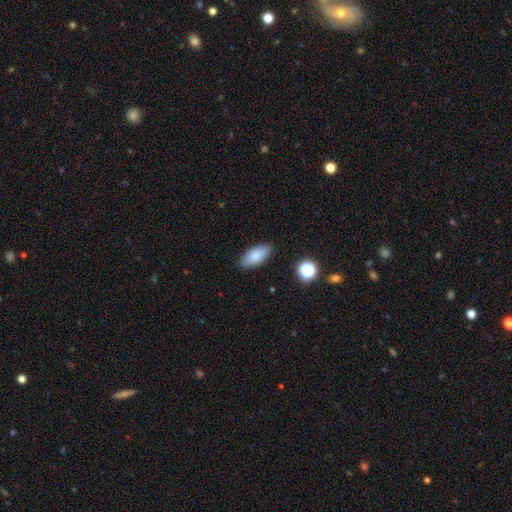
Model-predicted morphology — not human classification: smooth-or-featured: smooth: 82% | featured or disk: 10% | star or artifact: 8%
  how-rounded: in between: 89% | cigar-shaped: 8% | round: 3%
  merging: none: 86% | minor disturbance: 11% | major disturbance: 2% | merger: 2%